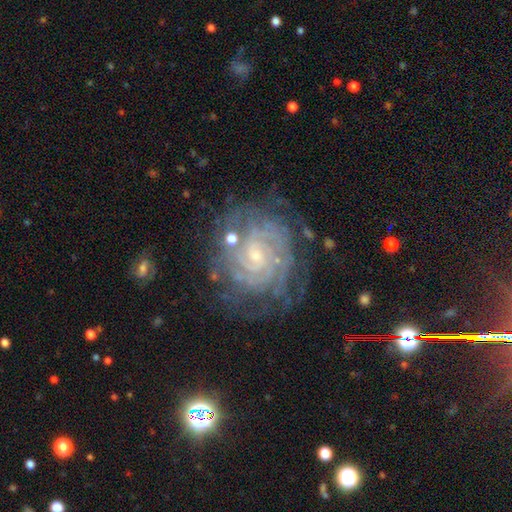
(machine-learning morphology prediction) type=featured or disk (87%); edge-on=no (98%); bar=no (55%); spiral arms=yes (97%); winding=tight (80%); arm count=can't tell (32%); bulge=small (77%); merging=none (70%).